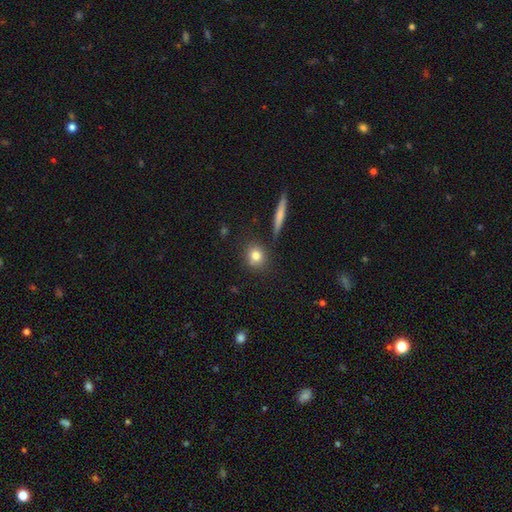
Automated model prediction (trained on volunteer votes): smooth-or-featured: smooth: 79% | featured or disk: 11% | star or artifact: 10%
  how-rounded: round: 79% | in between: 17% | cigar-shaped: 4%
  merging: none: 82% | minor disturbance: 10% | merger: 5% | major disturbance: 3%